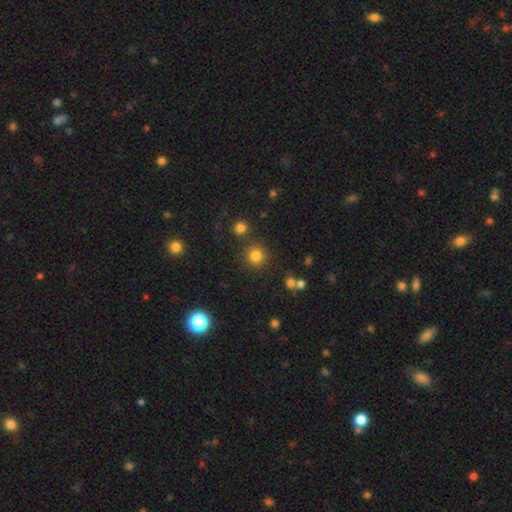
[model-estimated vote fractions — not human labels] Morphology: type=smooth (80%); roundness=round (93%); merging=none (85%).